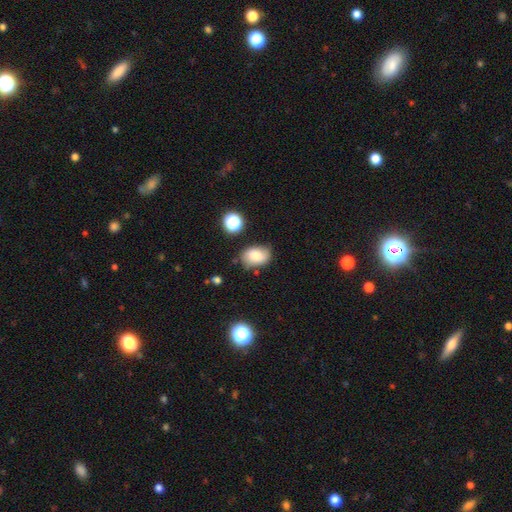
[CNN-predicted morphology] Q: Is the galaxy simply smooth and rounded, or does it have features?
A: smooth — 78%.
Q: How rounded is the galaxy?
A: in between — 79%.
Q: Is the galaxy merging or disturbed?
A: none — 70%.